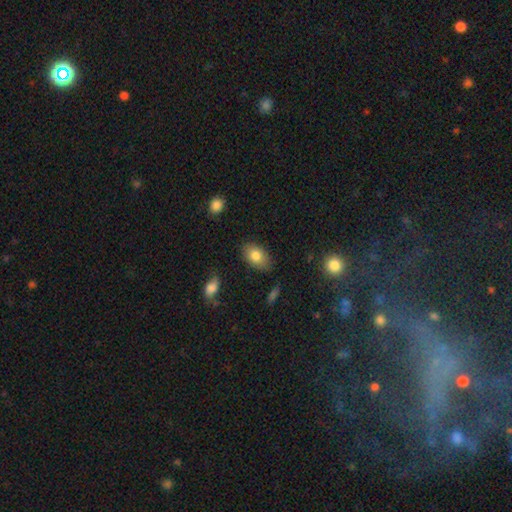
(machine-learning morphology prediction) Smooth or featured? smooth (80%)
How rounded? in between (90%)
Merging? none (81%)